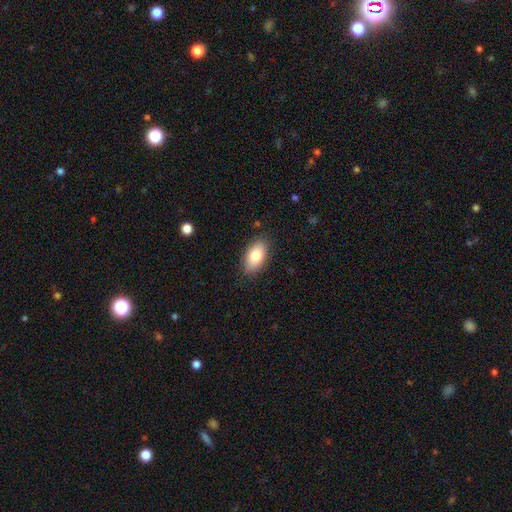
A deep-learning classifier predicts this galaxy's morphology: This is clearly a smooth galaxy (82%). How rounded: clearly in between (93%). Merging: clearly none (85%).